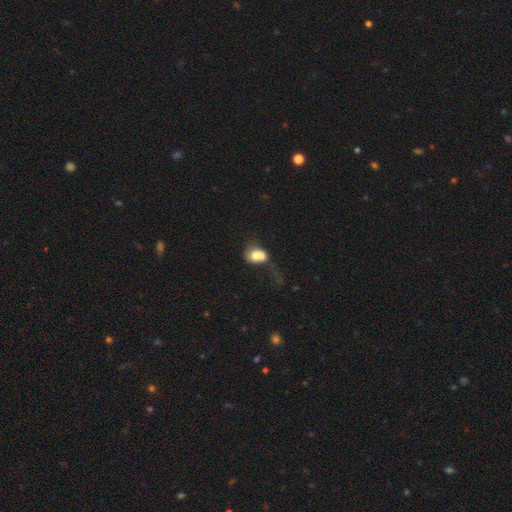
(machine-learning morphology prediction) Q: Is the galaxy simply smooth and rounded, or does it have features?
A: smooth — 67%.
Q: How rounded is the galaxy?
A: round — 50%.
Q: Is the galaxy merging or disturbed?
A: merger — 59%.